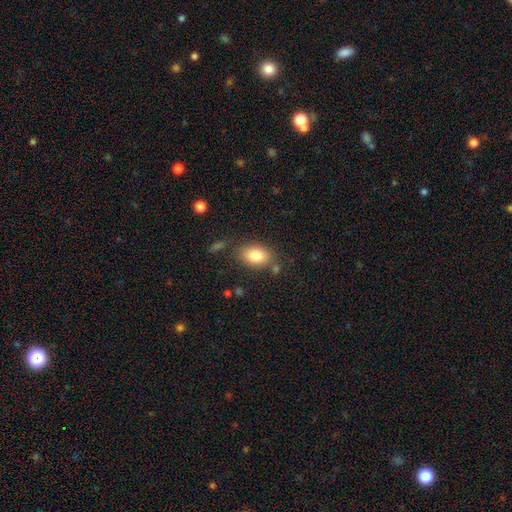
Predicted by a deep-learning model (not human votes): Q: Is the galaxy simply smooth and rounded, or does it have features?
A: smooth — 81%.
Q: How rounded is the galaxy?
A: in between — 85%.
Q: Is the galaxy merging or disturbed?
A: none — 77%.